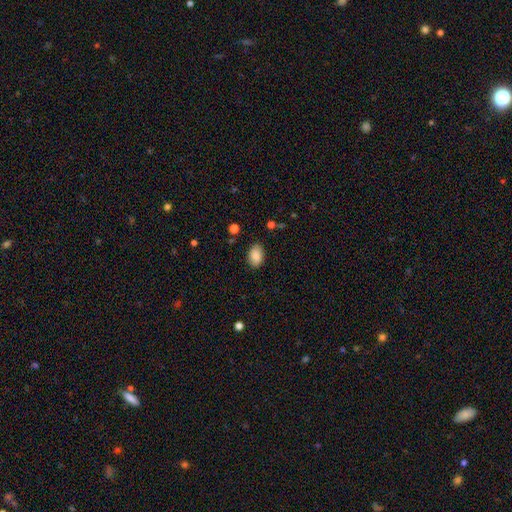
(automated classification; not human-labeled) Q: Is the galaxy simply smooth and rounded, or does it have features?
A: smooth — 87%.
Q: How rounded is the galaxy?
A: in between — 90%.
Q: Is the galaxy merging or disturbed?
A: none — 86%.